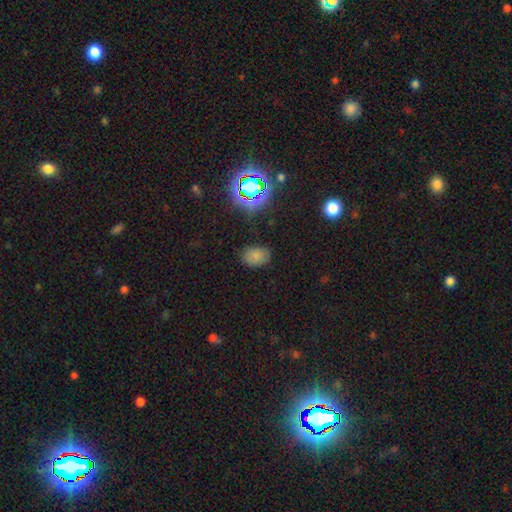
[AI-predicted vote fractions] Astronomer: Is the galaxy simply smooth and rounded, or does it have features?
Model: smooth — 75%.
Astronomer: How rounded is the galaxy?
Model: in between — 77%.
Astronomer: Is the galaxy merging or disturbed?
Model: none — 80%.